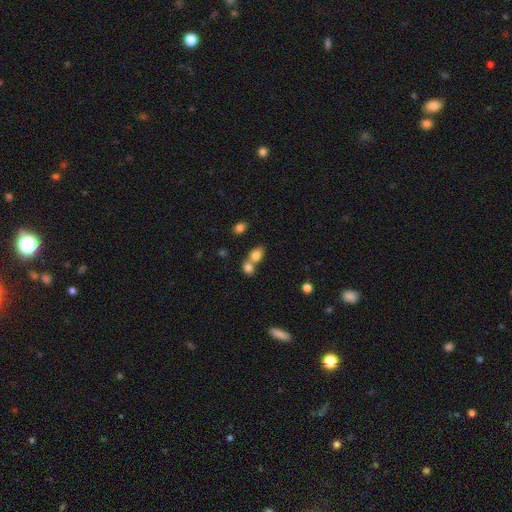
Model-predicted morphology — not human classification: Q: Smooth or featured?
A: smooth (80%); runner-up: star or artifact (11%)
Q: How rounded?
A: in between (55%); runner-up: round (43%)
Q: Merging?
A: merger (55%); runner-up: none (34%)